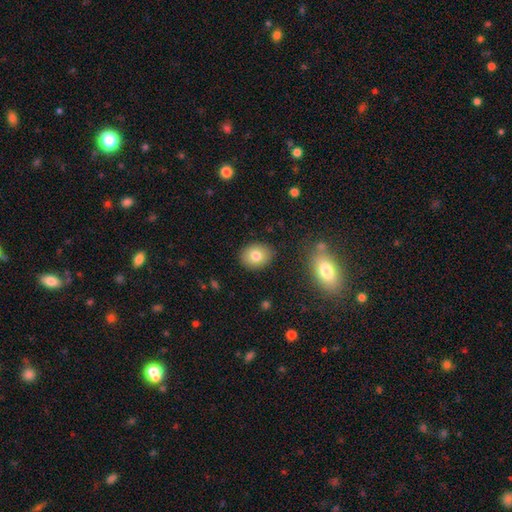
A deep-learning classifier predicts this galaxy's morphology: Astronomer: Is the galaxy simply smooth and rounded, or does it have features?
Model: smooth — 78%.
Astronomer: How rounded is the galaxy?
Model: round — 53% (runner-up: in between, 46%).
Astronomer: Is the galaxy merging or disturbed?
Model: none — 88%.